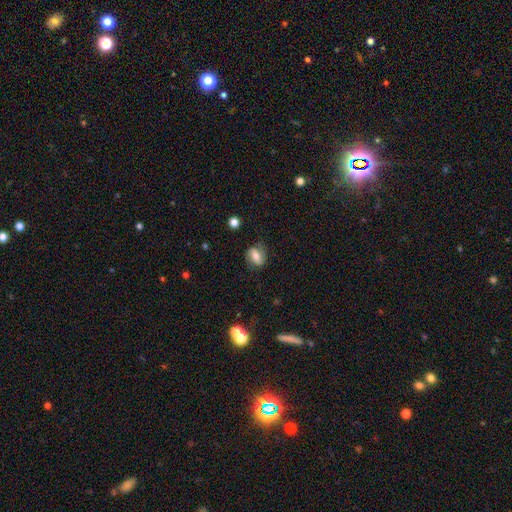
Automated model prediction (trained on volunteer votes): Smooth or featured: smooth — 48% (featured or disk — 43%)
Merging: none — 73% (minor disturbance — 19%)